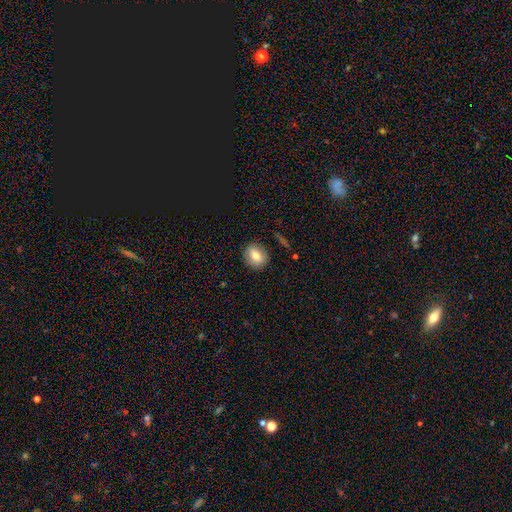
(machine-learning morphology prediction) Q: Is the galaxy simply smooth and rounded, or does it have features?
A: smooth — 76%.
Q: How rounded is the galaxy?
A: round — 58%.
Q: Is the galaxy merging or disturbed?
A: none — 85%.